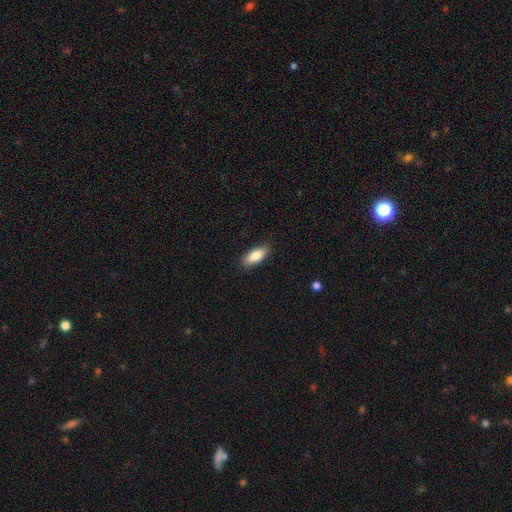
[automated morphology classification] The model was most divided on "how rounded": in between: 76%, cigar-shaped: 22%, round: 2%. More confident: merging — none (86%); smooth or featured — smooth (84%).